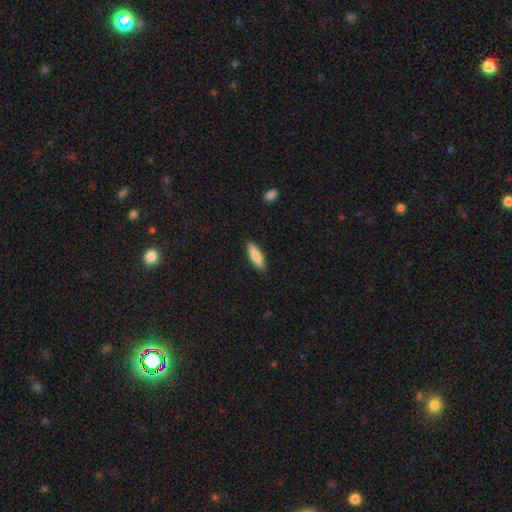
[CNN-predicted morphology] This appears to be a smooth galaxy with no disk features (78%) that is cigar-shaped (63%). Merging: none (88%).